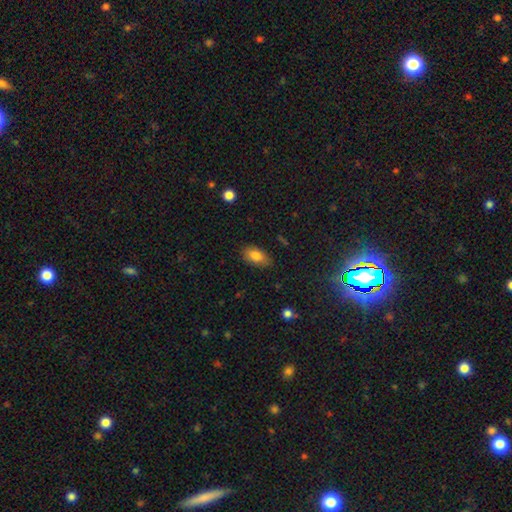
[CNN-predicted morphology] Smooth or featured?
  - smooth: 82% *
  - featured or disk: 10%
  - star or artifact: 8%
How rounded?
  - in between: 91% *
  - round: 5%
  - cigar-shaped: 4%
Merging?
  - none: 82% *
  - minor disturbance: 14%
  - major disturbance: 3%
  - merger: 1%